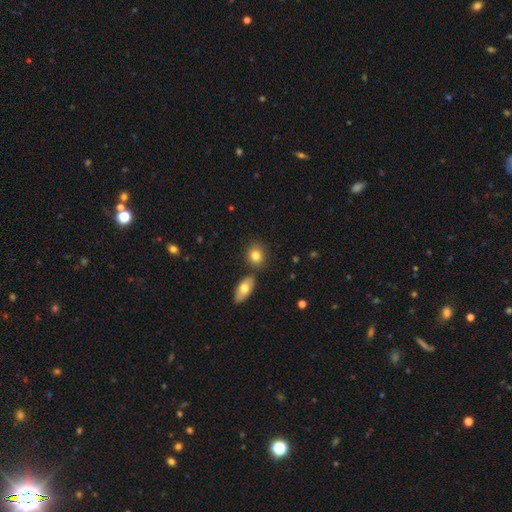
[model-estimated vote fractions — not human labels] Q: Smooth or featured?
A: smooth (80%); runner-up: featured or disk (12%)
Q: How rounded?
A: round (57%); runner-up: in between (41%)
Q: Merging?
A: none (72%); runner-up: merger (15%)